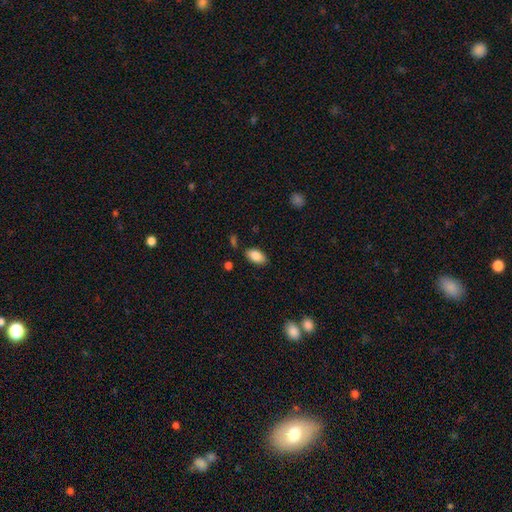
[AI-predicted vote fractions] This is clearly a smooth galaxy (86%). How rounded: clearly in between (93%). Merging: clearly none (83%).